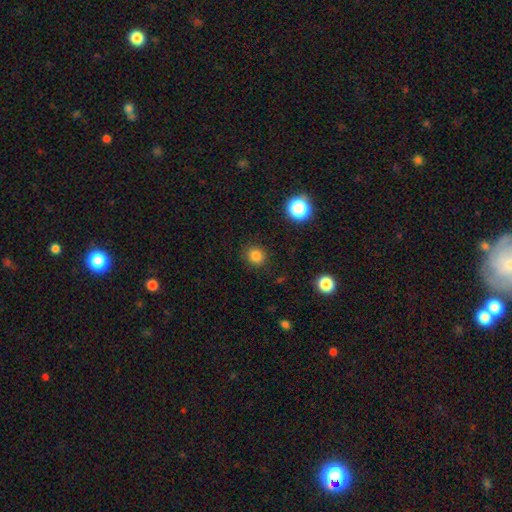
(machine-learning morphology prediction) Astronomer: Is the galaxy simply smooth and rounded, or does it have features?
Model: smooth — 82%.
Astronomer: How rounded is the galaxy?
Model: round — 84%.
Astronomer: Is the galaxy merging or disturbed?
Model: none — 89%.